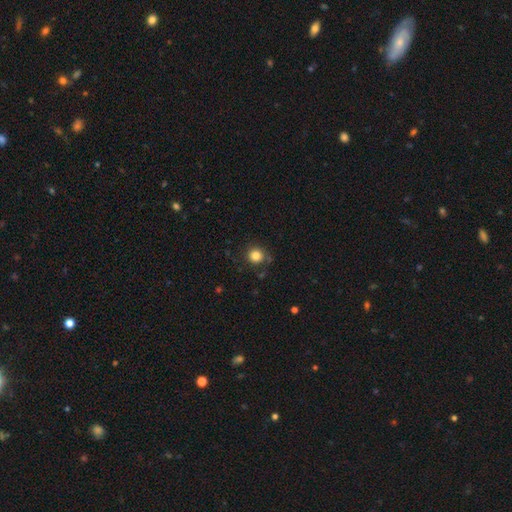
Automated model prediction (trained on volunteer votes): smooth-or-featured: smooth: 83% | star or artifact: 12% | featured or disk: 5%
  how-rounded: round: 92% | in between: 7% | cigar-shaped: 1%
  merging: none: 83% | minor disturbance: 10% | merger: 3% | major disturbance: 3%